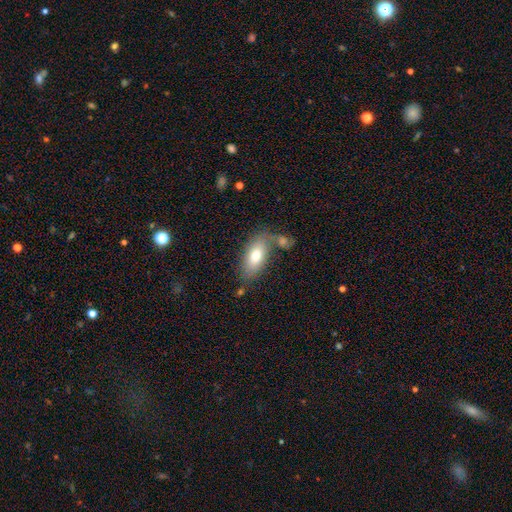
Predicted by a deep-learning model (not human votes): Overall: smooth (74%). How rounded: in between (89%). Merging: none (62%).